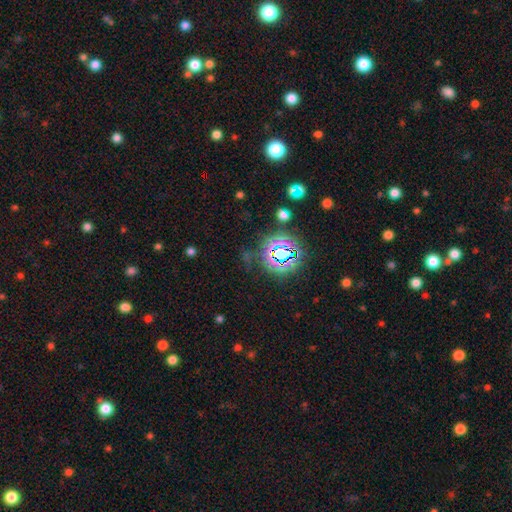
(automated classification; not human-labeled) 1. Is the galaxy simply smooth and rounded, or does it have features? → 68% star or artifact, 21% smooth, 11% featured or disk.